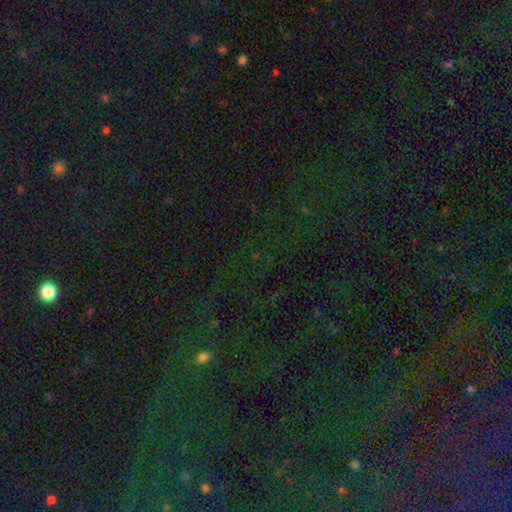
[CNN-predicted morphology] This is clearly a star or artifact rather than a galaxy (81%).